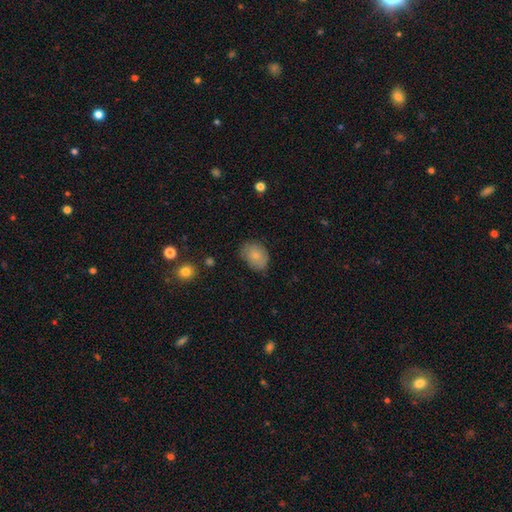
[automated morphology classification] The model was most divided on "how rounded": in between: 66%, round: 33%, cigar-shaped: 1%. More confident: smooth or featured — smooth (77%); merging — none (66%).